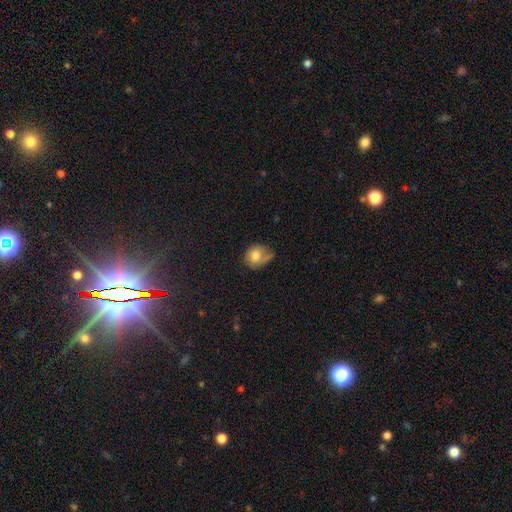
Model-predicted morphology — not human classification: This is likely a smooth galaxy (70%). How rounded: possibly round (55%). Merging: marginally none (39%).